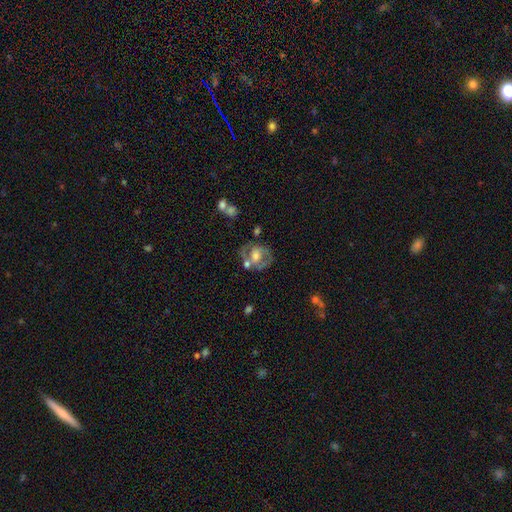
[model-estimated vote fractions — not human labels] This is likely a featured or disk galaxy (63%). It is clearly not viewed edge-on (96%). Bar: possibly no (52%). Spiral arm pattern: possibly yes (51%). Central bulge: possibly moderate (59%). Merging: possibly none (52%).